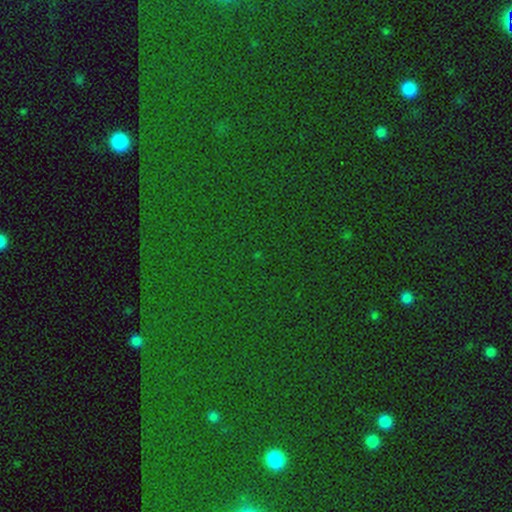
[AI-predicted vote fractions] star or artifact 81%, smooth 10%, featured or disk 9%.